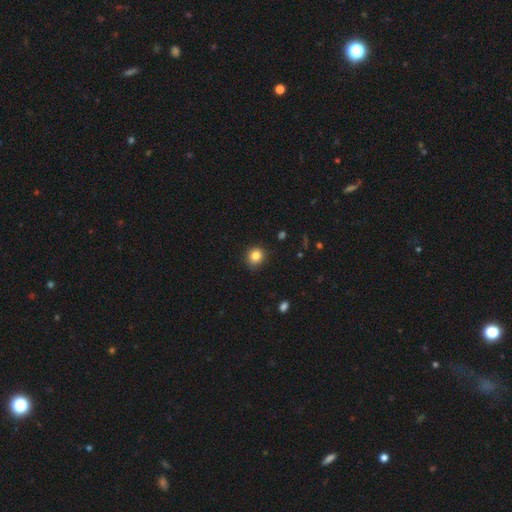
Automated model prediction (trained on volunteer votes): The model was most divided on "how rounded": round: 85%, in between: 14%, cigar-shaped: 1%. More confident: merging — none (86%); smooth or featured — smooth (83%).